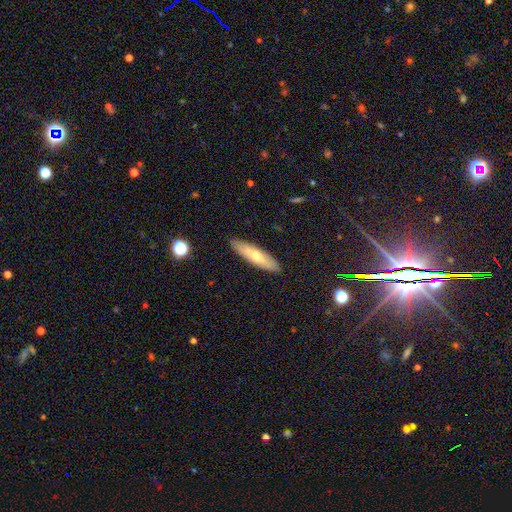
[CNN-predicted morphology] smooth_or_featured: smooth (p=0.54) [alt: featured or disk p=0.40]
how_rounded: cigar-shaped (p=0.73) [alt: in between p=0.25]
merging: none (p=0.89) [alt: minor disturbance p=0.08]